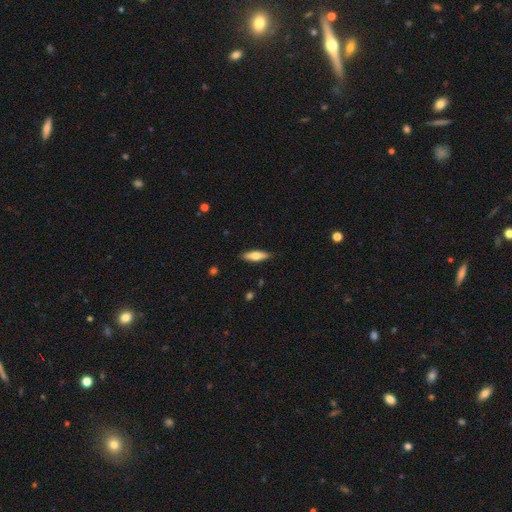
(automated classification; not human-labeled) A smooth galaxy with no disk features (62%) that is cigar-shaped (61%).

Vote fractions:
- Smooth or featured? smooth: 62% / featured or disk: 33% / star or artifact: 6%
- How rounded? cigar-shaped: 61% / in between: 37% / round: 2%
- Merging? none: 88% / minor disturbance: 9% / major disturbance: 2% / merger: 1%